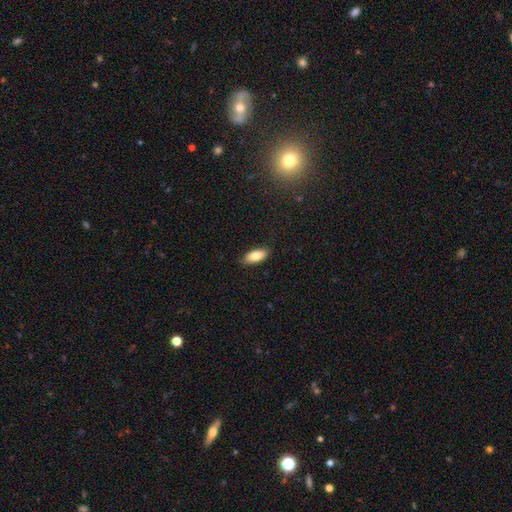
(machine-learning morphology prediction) A smooth galaxy with no disk features (81%) that is in between round and cigar-shaped (85%).

Vote fractions:
- Smooth or featured? smooth: 81% / featured or disk: 13% / star or artifact: 7%
- How rounded? in between: 85% / cigar-shaped: 12% / round: 2%
- Merging? none: 85% / minor disturbance: 11% / major disturbance: 2% / merger: 1%